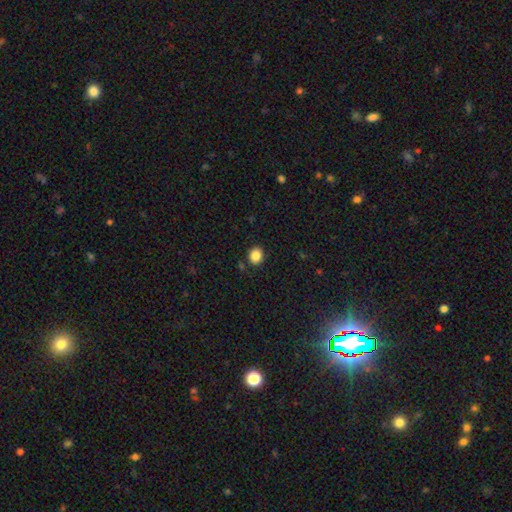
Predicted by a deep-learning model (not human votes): Q: Smooth or featured?
A: smooth (86%); runner-up: star or artifact (10%)
Q: How rounded?
A: round (63%); runner-up: in between (37%)
Q: Merging?
A: none (86%); runner-up: minor disturbance (9%)